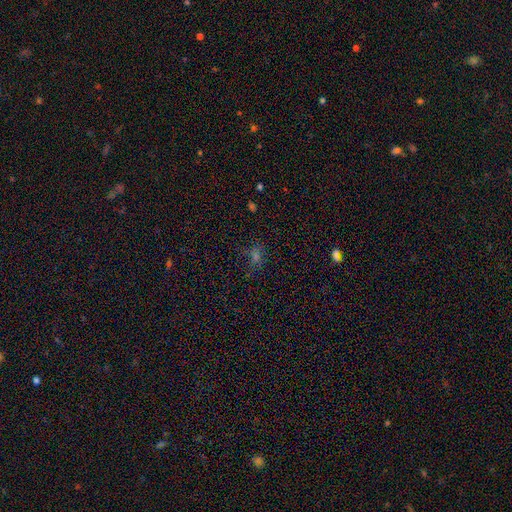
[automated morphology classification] The model was most divided on "smooth or featured": star or artifact: 44%, smooth: 43%, featured or disk: 12%.